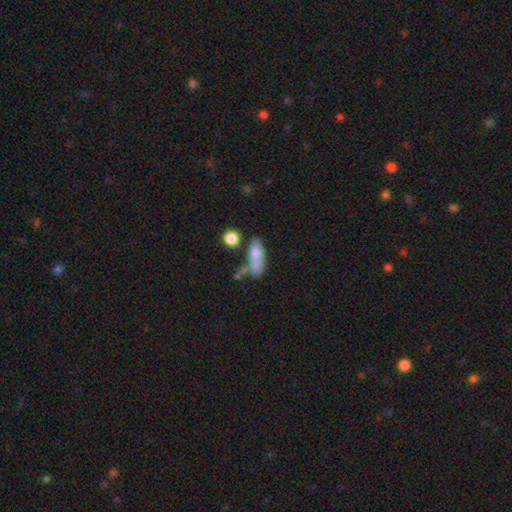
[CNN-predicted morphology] Q: Smooth or featured?
A: smooth (71%); runner-up: featured or disk (20%)
Q: How rounded?
A: in between (75%); runner-up: cigar-shaped (19%)
Q: Merging?
A: none (33%); runner-up: merger (30%)